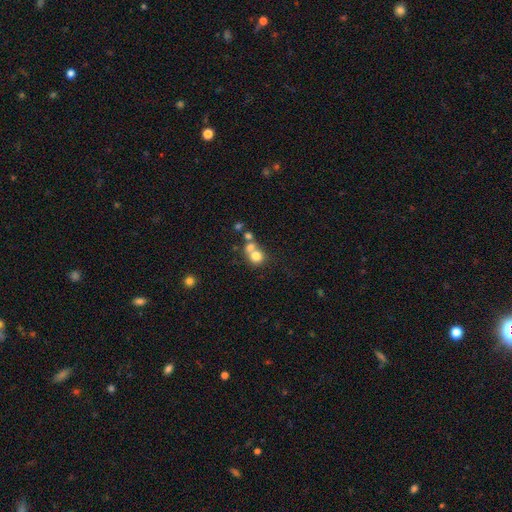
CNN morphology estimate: smooth 73%, featured or disk 16%, star or artifact 11%. Down the decision tree: how rounded — round (81%); merging — merger (50%).